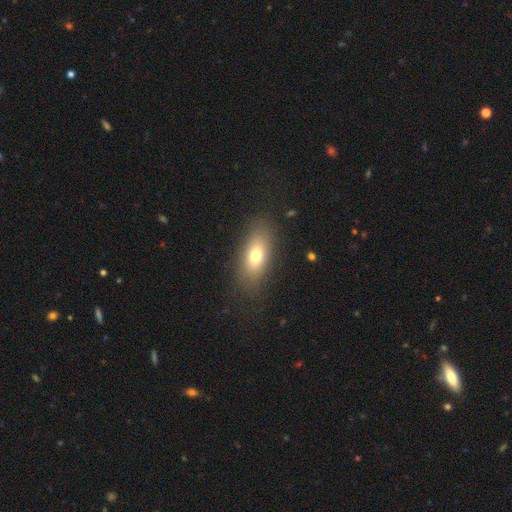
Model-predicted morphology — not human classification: This is likely a smooth galaxy (72%). How rounded: clearly in between (82%). Merging: clearly none (82%).